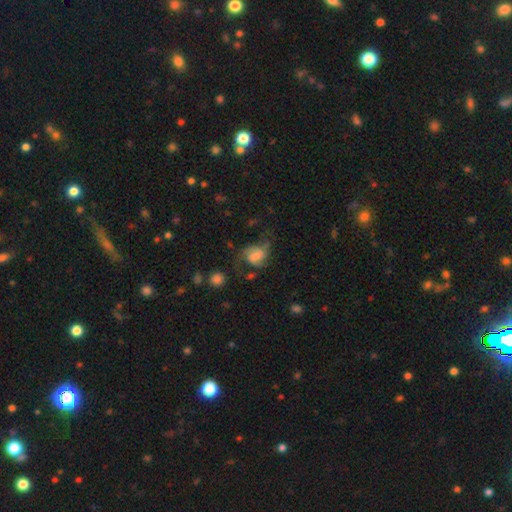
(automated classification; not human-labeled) featured or disk 49%, smooth 42%, star or artifact 9%. Down the decision tree: merging — none (37%).